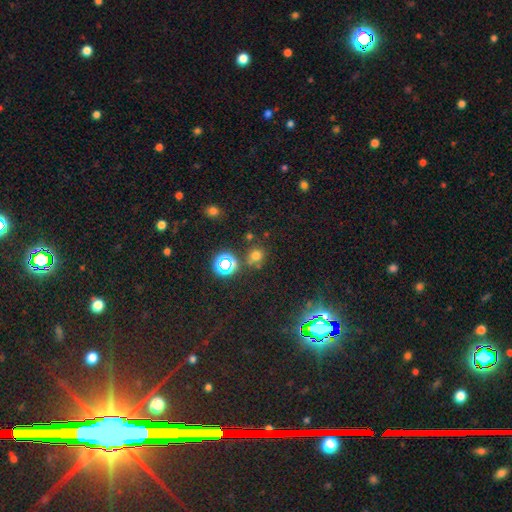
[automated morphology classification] A smooth galaxy with no disk features (62%) that is round (82%).

Vote fractions:
- Smooth or featured? smooth: 62% / star or artifact: 31% / featured or disk: 7%
- How rounded? round: 82% / in between: 17% / cigar-shaped: 1%
- Merging? none: 73% / minor disturbance: 12% / merger: 10% / major disturbance: 5%